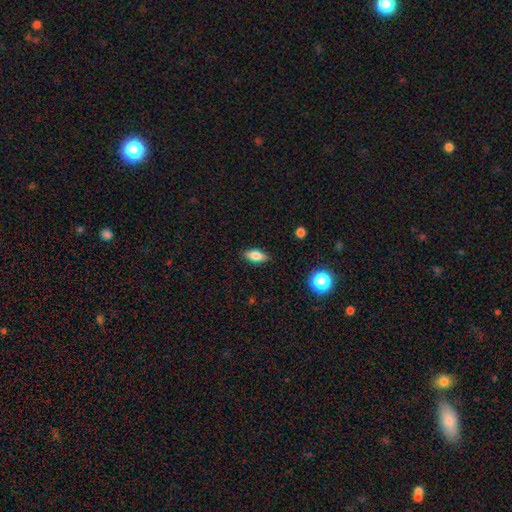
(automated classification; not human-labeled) Morphology: type=smooth (78%); roundness=in between (82%); merging=none (86%).